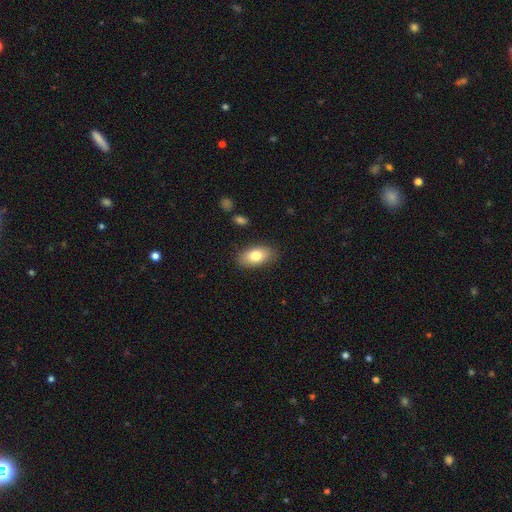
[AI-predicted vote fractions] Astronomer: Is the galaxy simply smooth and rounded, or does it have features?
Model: smooth — 80%.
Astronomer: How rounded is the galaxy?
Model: in between — 92%.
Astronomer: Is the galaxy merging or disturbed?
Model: none — 86%.